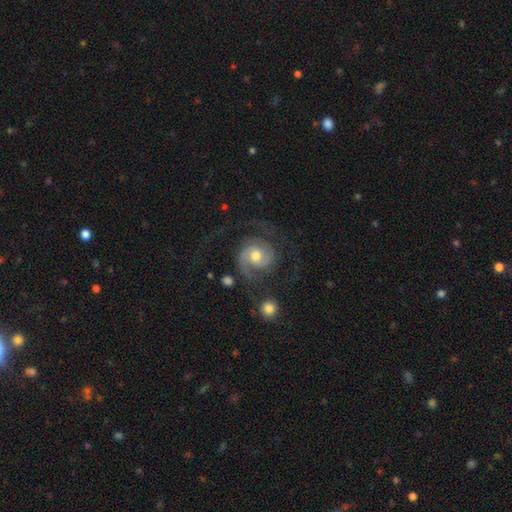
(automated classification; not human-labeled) Overall: featured or disk (82%). Edge-on disk: no (98%). Bar: no (69%). Spiral arms: yes (95%). Spiral arm count: 2 (70%). Spiral winding: medium (48%; tight 30%). Bulge size: moderate (71%). Merging: none (60%; major disturbance 21%).